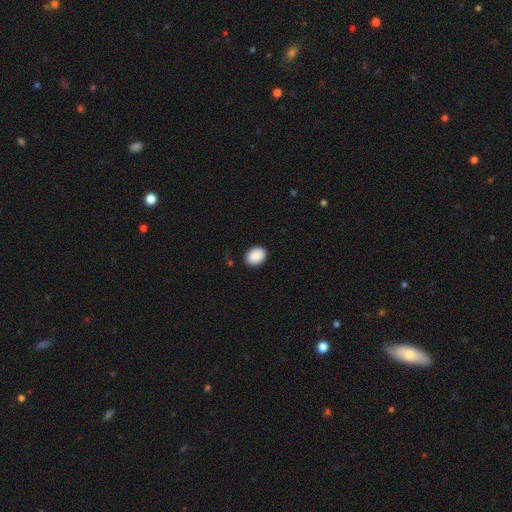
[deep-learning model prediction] This is clearly a smooth galaxy (90%). How rounded: likely in between (64%). Merging: clearly none (87%).